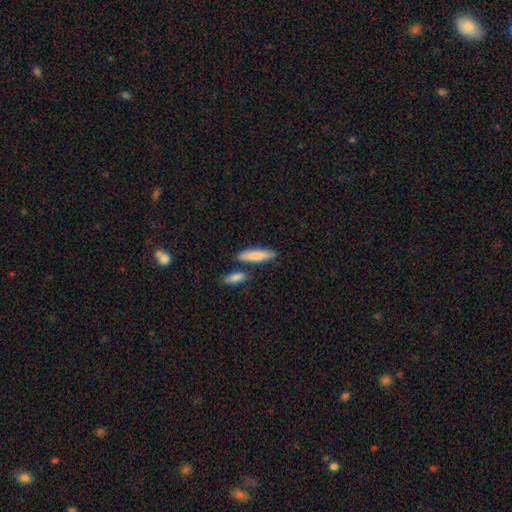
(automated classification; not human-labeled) Smooth or featured?
  - smooth: 81% *
  - featured or disk: 14%
  - star or artifact: 5%
How rounded?
  - cigar-shaped: 71% *
  - in between: 27%
  - round: 2%
Merging?
  - none: 76% *
  - merger: 11%
  - minor disturbance: 10%
  - major disturbance: 3%